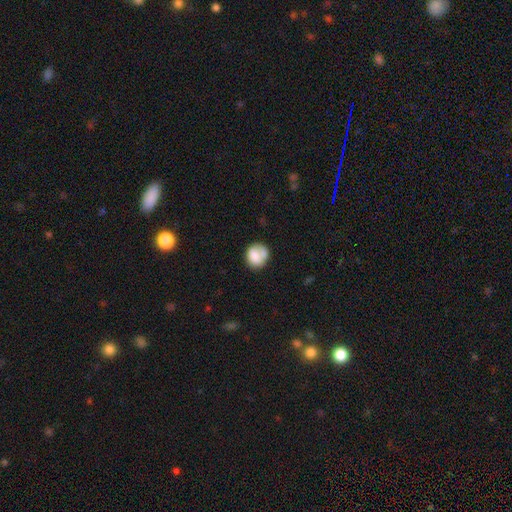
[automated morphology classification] The model was most divided on "merging": none: 56%, minor disturbance: 23%, merger: 11%, major disturbance: 10%. More confident: smooth or featured — smooth (76%); how rounded — round (74%).